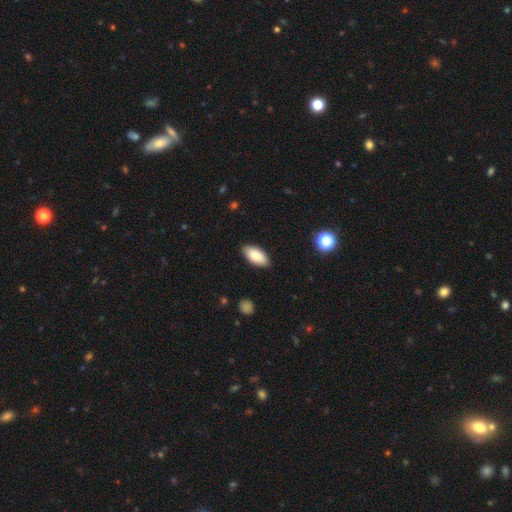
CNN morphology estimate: A smooth galaxy with no disk features (83%) that is in between round and cigar-shaped (90%). Merging: none (87%).